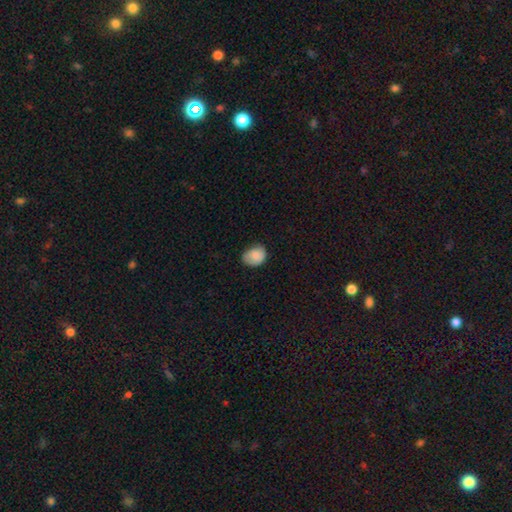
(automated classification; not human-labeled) Smooth or featured? smooth (83%)
How rounded? in between (54%)
Merging? none (60%)